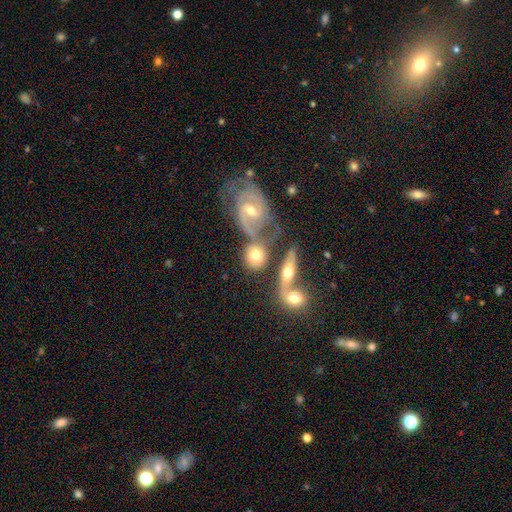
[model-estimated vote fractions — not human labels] This is possibly a smooth galaxy (55%). How rounded: possibly round (57%). Merging: marginally none (42%).